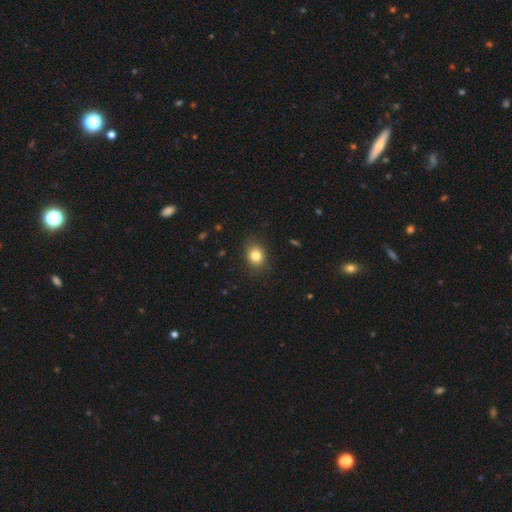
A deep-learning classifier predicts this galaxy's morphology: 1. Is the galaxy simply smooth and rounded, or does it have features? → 82% smooth, 11% star or artifact, 7% featured or disk.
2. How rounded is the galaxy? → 56% round, 43% in between, 1% cigar-shaped.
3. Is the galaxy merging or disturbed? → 84% none, 12% minor disturbance, 3% major disturbance, 1% merger.